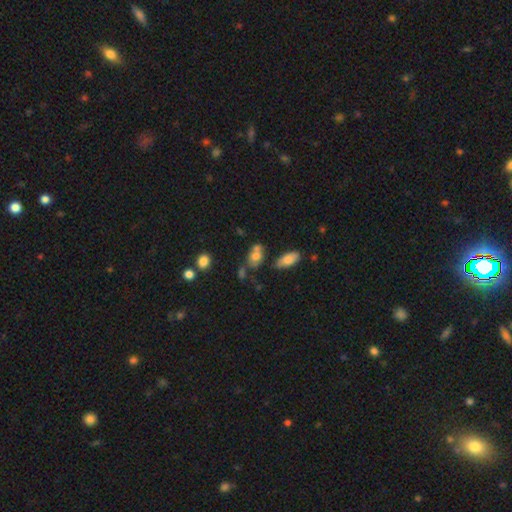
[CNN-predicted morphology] Q: Smooth or featured?
A: smooth (70%); runner-up: featured or disk (18%)
Q: How rounded?
A: in between (71%); runner-up: round (26%)
Q: Merging?
A: none (42%); runner-up: merger (34%)